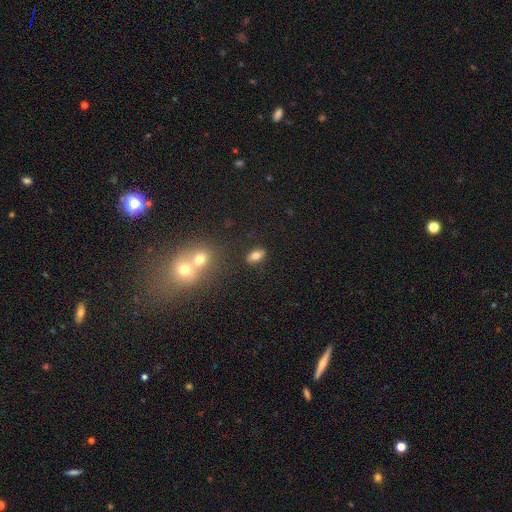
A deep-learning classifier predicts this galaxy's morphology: Smooth or featured? smooth (73%)
How rounded? in between (85%)
Merging? none (83%)